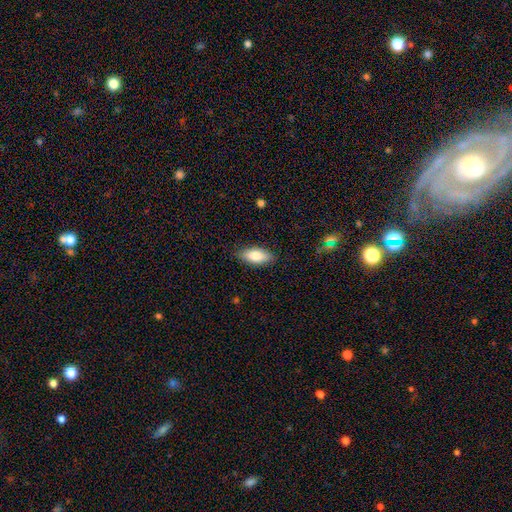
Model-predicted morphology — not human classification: Q: Smooth or featured?
A: smooth (79%); runner-up: featured or disk (14%)
Q: How rounded?
A: in between (85%); runner-up: cigar-shaped (13%)
Q: Merging?
A: none (87%); runner-up: minor disturbance (10%)